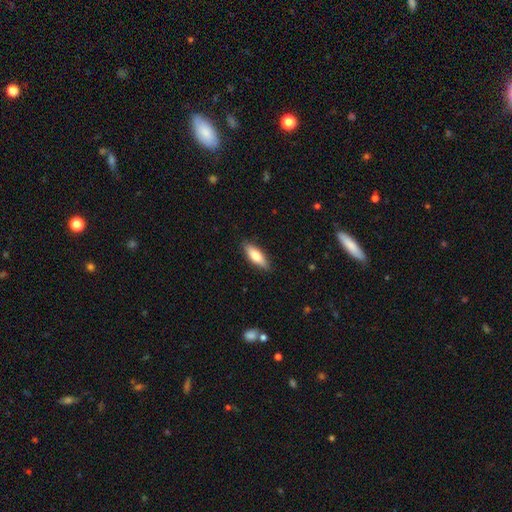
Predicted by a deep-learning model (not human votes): smooth-or-featured: smooth: 73% | featured or disk: 21% | star or artifact: 6%
  how-rounded: in between: 60% | cigar-shaped: 38% | round: 2%
  merging: none: 87% | minor disturbance: 10% | major disturbance: 2% | merger: 1%